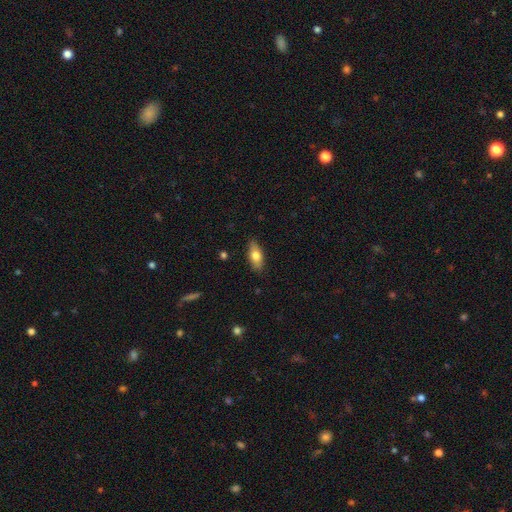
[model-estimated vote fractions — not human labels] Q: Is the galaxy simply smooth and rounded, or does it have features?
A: smooth — 72%.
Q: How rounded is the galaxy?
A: in between — 79%.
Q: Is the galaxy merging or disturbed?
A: none — 86%.